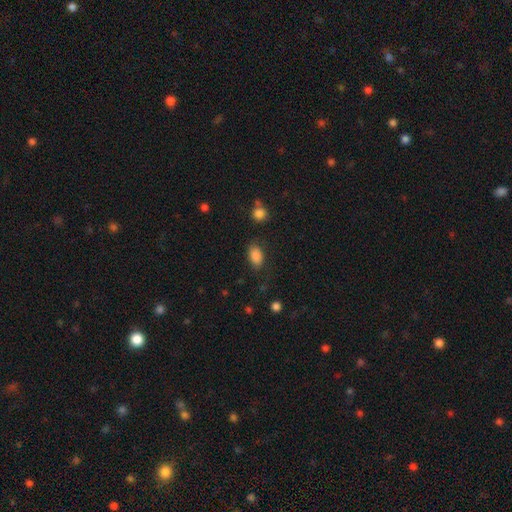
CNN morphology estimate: The model was most divided on "merging": none: 75%, minor disturbance: 17%, major disturbance: 6%, merger: 2%. More confident: how rounded — in between (88%); smooth or featured — smooth (87%).